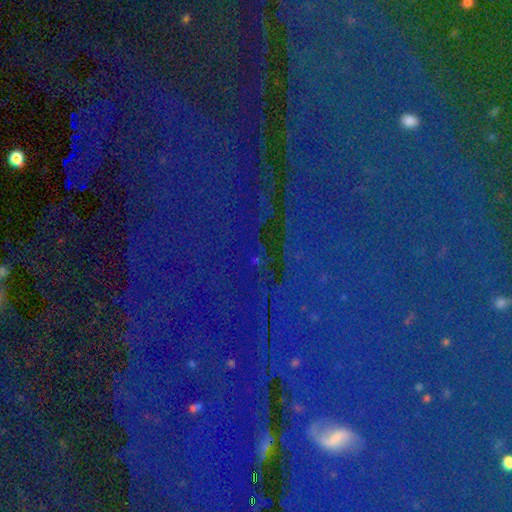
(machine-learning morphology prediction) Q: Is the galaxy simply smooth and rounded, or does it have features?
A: star or artifact — 83%.